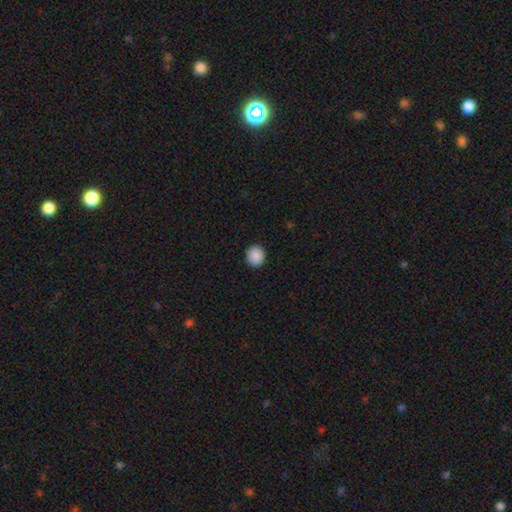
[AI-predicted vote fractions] Smooth or featured: smooth — 90% (star or artifact — 8%)
How rounded: round — 82% (in between — 17%)
Merging: none — 92% (minor disturbance — 6%)